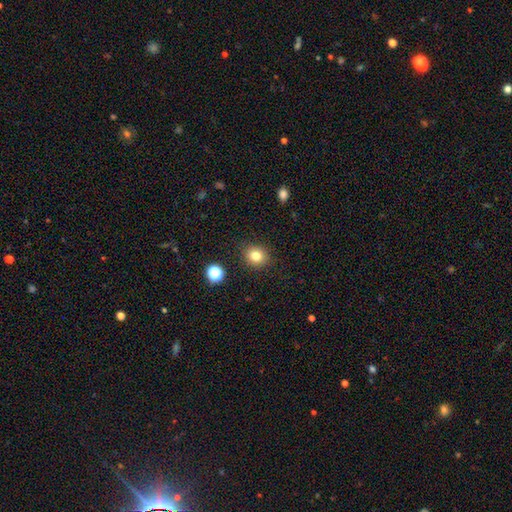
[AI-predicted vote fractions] This is clearly a smooth galaxy (80%). How rounded: likely round (79%). Merging: clearly none (89%).